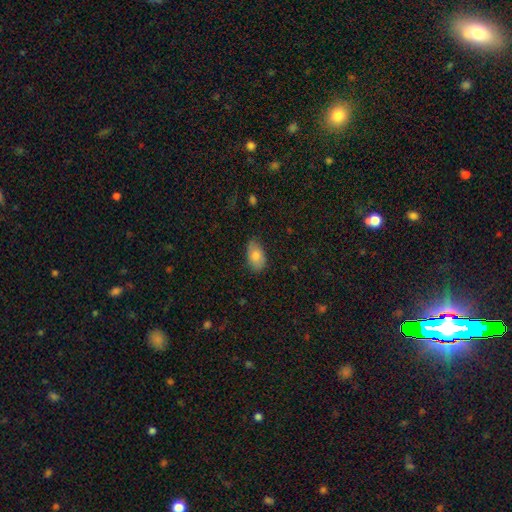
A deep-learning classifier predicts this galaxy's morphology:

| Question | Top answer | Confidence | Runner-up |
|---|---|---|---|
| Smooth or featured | smooth | 79% | featured or disk (14%) |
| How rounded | in between | 92% | round (6%) |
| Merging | none | 78% | minor disturbance (18%) |